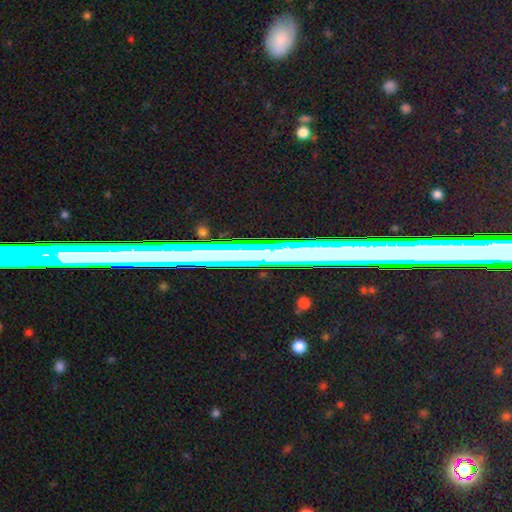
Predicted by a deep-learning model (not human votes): This appears to be a star or artifact, not a galaxy (58%).